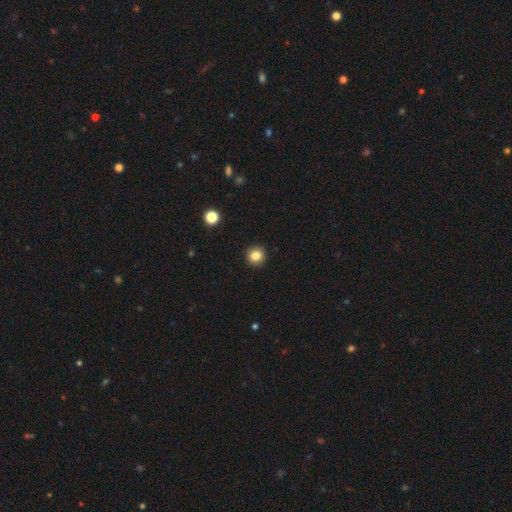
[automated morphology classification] This is clearly a smooth galaxy (83%). How rounded: clearly round (95%). Merging: clearly none (93%).